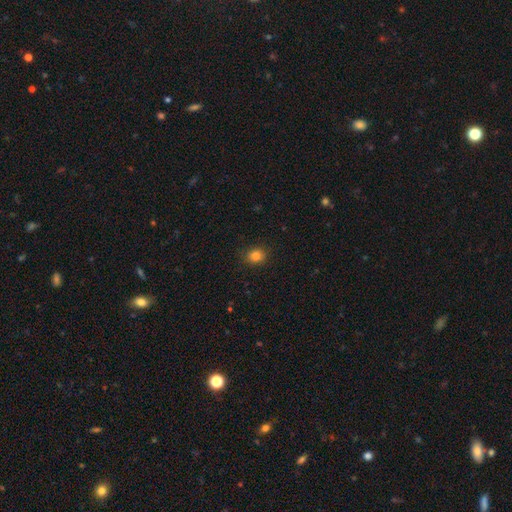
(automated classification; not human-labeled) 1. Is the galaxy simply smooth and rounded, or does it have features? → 83% smooth, 12% star or artifact, 4% featured or disk.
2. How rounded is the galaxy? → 66% round, 33% in between, 1% cigar-shaped.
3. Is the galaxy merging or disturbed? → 88% none, 9% minor disturbance, 2% major disturbance, 1% merger.